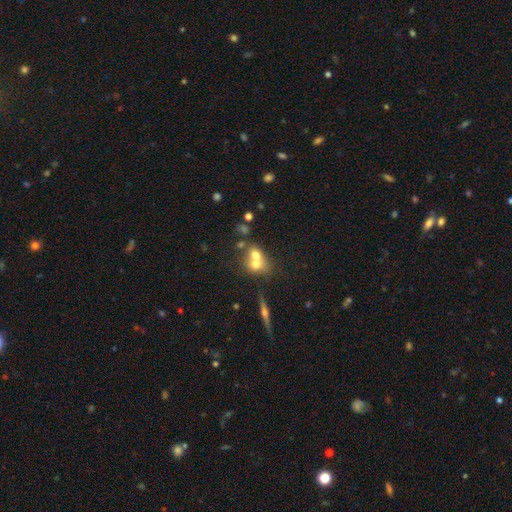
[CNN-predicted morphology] The model was most divided on "how rounded": round: 57%, in between: 41%, cigar-shaped: 2%. More confident: merging — merger (66%); smooth or featured — smooth (63%).